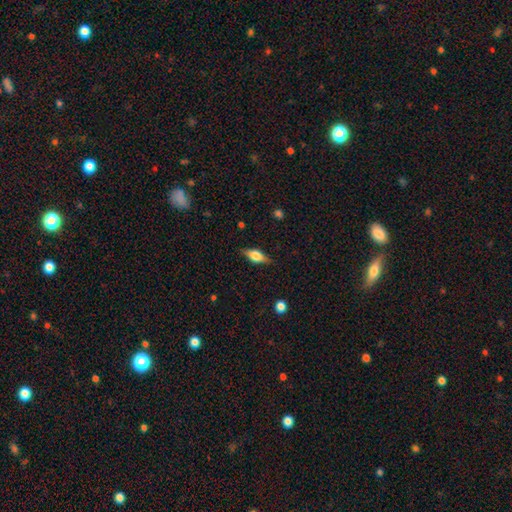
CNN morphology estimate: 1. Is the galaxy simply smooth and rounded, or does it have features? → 50% smooth, 42% featured or disk, 8% star or artifact.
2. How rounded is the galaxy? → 73% in between, 20% cigar-shaped, 7% round.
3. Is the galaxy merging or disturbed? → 83% none, 13% minor disturbance, 3% major disturbance, 1% merger.